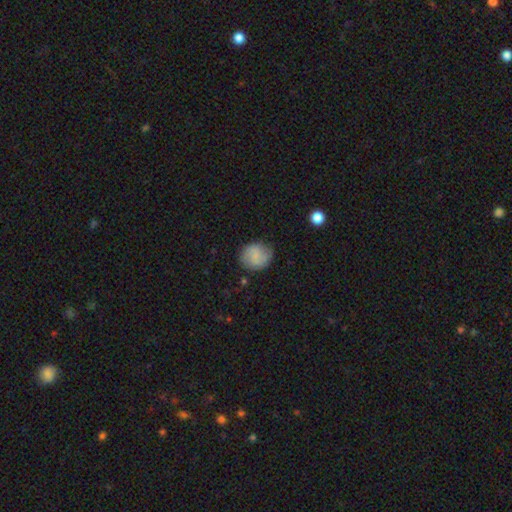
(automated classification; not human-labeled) Smooth or featured? Predicted: smooth (p=0.63). How rounded? Predicted: round (p=0.75). Merging? Predicted: none (p=0.79).